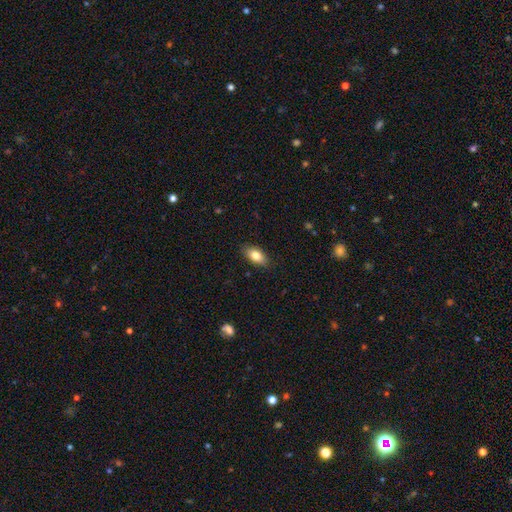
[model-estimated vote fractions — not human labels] smooth-or-featured: smooth: 81% | featured or disk: 11% | star or artifact: 7%
  how-rounded: in between: 89% | cigar-shaped: 6% | round: 5%
  merging: none: 87% | minor disturbance: 10% | major disturbance: 2% | merger: 1%